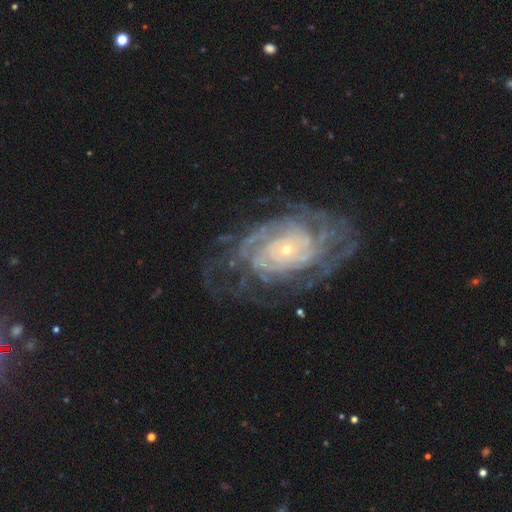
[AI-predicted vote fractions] Q: Smooth or featured?
A: featured or disk (85%); runner-up: smooth (7%)
Q: Edge-on disk?
A: no (96%); runner-up: yes (4%)
Q: Bar?
A: no (76%); runner-up: weak (17%)
Q: Spiral arms?
A: yes (93%); runner-up: no (7%)
Q: Spiral winding?
A: tight (77%); runner-up: medium (18%)
Q: Spiral arm count?
A: can't tell (41%); runner-up: more than 4 (15%)
Q: Bulge size?
A: small (80%); runner-up: moderate (15%)
Q: Merging?
A: none (71%); runner-up: minor disturbance (17%)